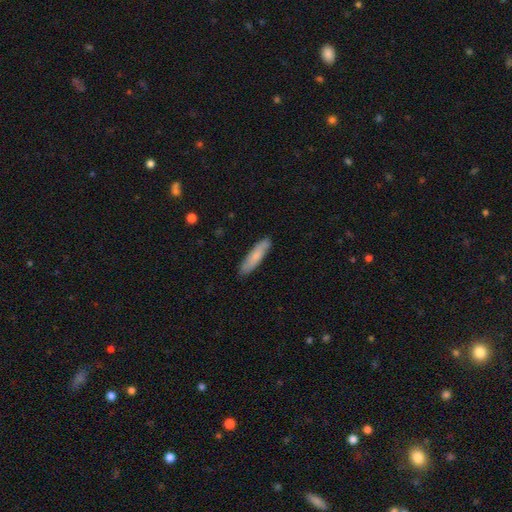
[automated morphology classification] Smooth or featured? smooth (75%)
How rounded? cigar-shaped (80%)
Merging? none (88%)